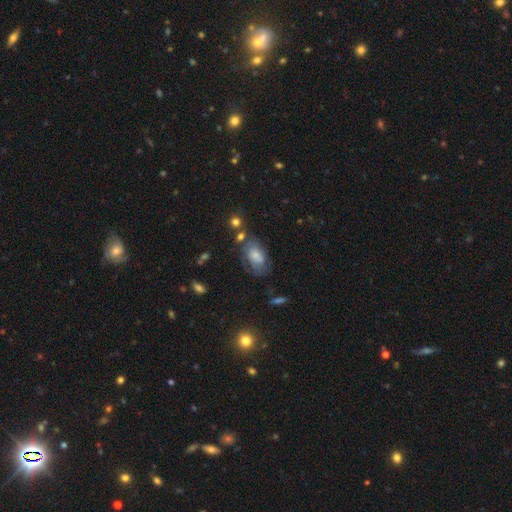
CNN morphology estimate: type=smooth (46%); merging=none (48%).